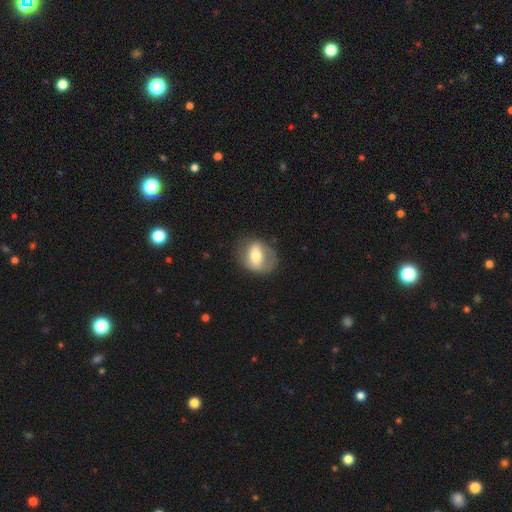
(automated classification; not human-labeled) Q: Smooth or featured?
A: smooth (48%); runner-up: featured or disk (45%)
Q: Merging?
A: none (67%); runner-up: minor disturbance (20%)